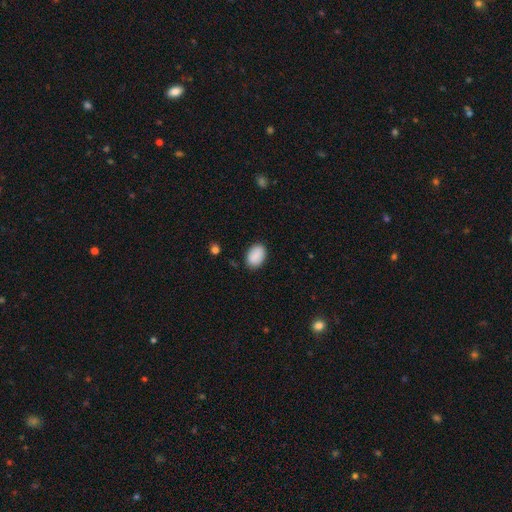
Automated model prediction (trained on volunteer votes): Smooth or featured? smooth (89%)
How rounded? in between (82%)
Merging? none (85%)